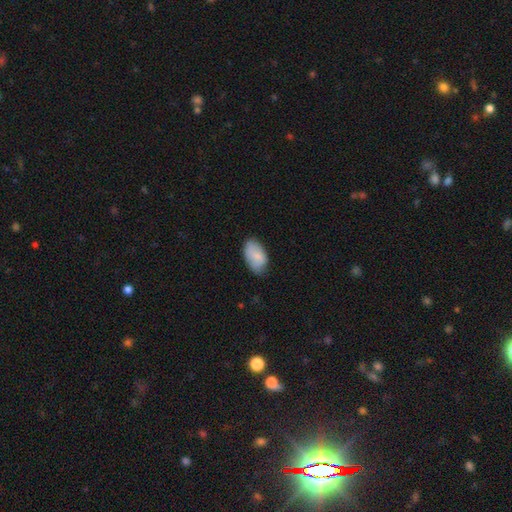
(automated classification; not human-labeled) Smooth or featured? smooth (81%)
How rounded? in between (94%)
Merging? none (65%)